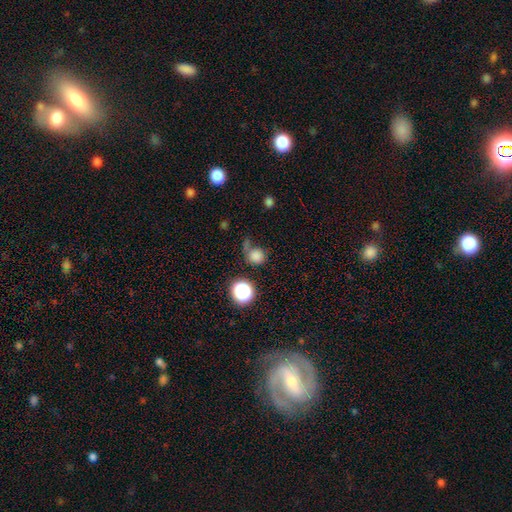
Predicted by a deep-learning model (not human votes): Smooth or featured: smooth — 78% (star or artifact — 15%)
How rounded: round — 86% (in between — 13%)
Merging: none — 50% (minor disturbance — 20%)